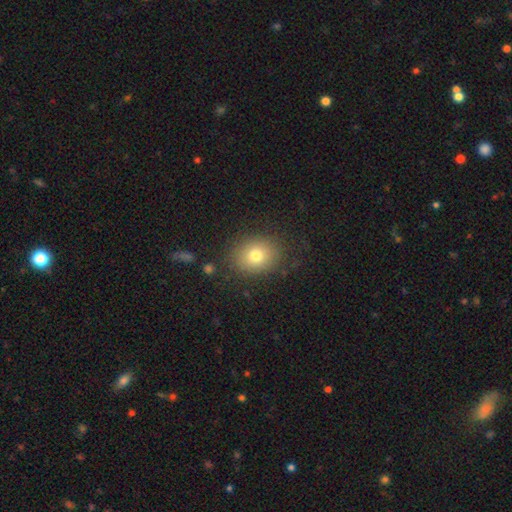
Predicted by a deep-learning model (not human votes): smooth_or_featured: smooth (p=0.76) [alt: star or artifact p=0.12]
how_rounded: round (p=0.54) [alt: in between p=0.45]
merging: none (p=0.83) [alt: minor disturbance p=0.11]